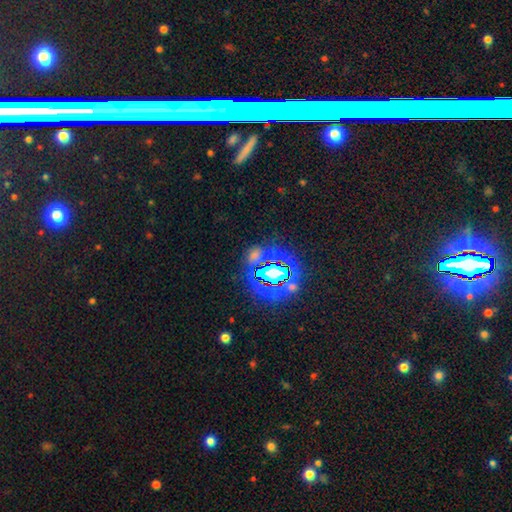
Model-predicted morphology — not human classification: Overall: star or artifact (68%).